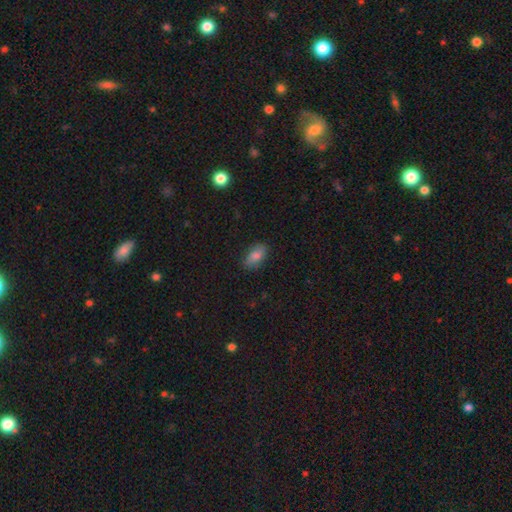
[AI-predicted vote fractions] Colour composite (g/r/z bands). It shows a smooth galaxy with no disk features (80%) that is in between round and cigar-shaped (89%). Merging: none (84%).